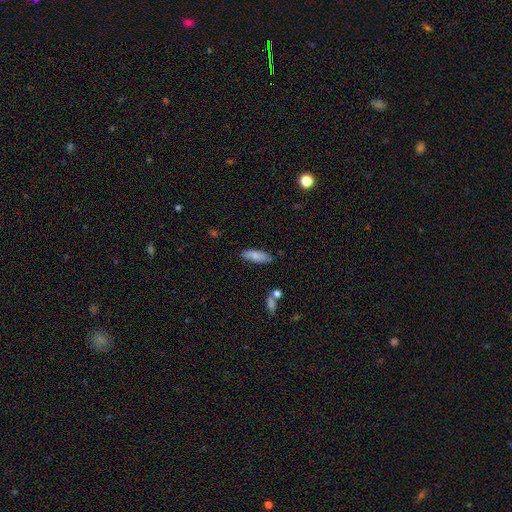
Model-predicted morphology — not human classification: This is clearly a smooth galaxy (80%). How rounded: possibly in between (54%). Merging: likely none (79%).